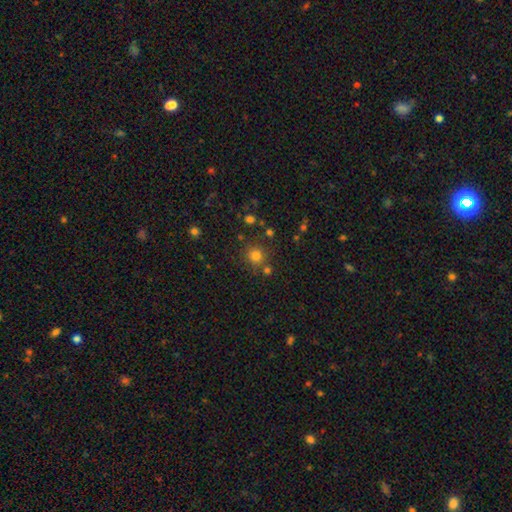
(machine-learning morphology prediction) Smooth or featured? Predicted: smooth (p=0.78). How rounded? Predicted: round (p=0.92). Merging? Predicted: none (p=0.78).